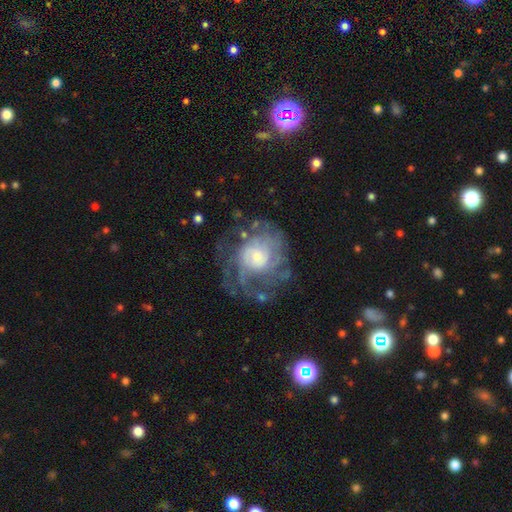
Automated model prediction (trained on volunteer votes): Smooth or featured?
  - featured or disk: 73% *
  - smooth: 18%
  - star or artifact: 9%
Edge-on disk?
  - no: 97% *
  - yes: 3%
Bar?
  - no: 75% *
  - weak: 21%
  - strong: 4%
Spiral arms?
  - yes: 79% *
  - no: 21%
Spiral winding?
  - tight: 50% *
  - medium: 34%
  - loose: 16%
Spiral arm count?
  - can't tell: 52% *
  - 2: 13%
  - 3: 12%
  - 4: 9%
  - more than 4: 7%
  - 1: 6%
Bulge size?
  - moderate: 38% *
  - small: 32%
  - large: 23%
  - none: 5%
  - dominant: 3%
Merging?
  - none: 60% *
  - major disturbance: 20%
  - minor disturbance: 17%
  - merger: 2%